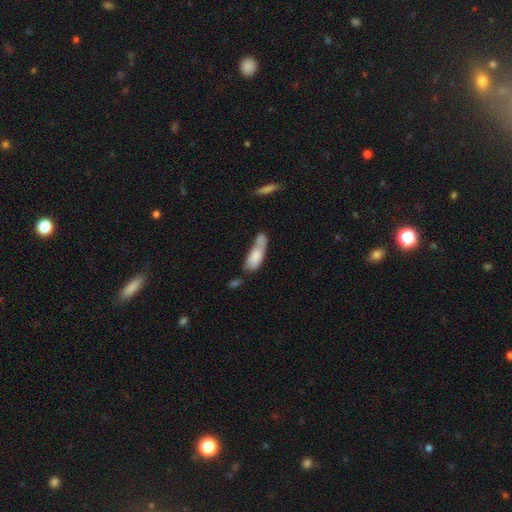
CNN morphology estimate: smooth_or_featured: smooth (p=0.74) [alt: featured or disk p=0.19]
how_rounded: in between (p=0.68) [alt: cigar-shaped p=0.29]
merging: merger (p=0.47) [alt: none p=0.23]